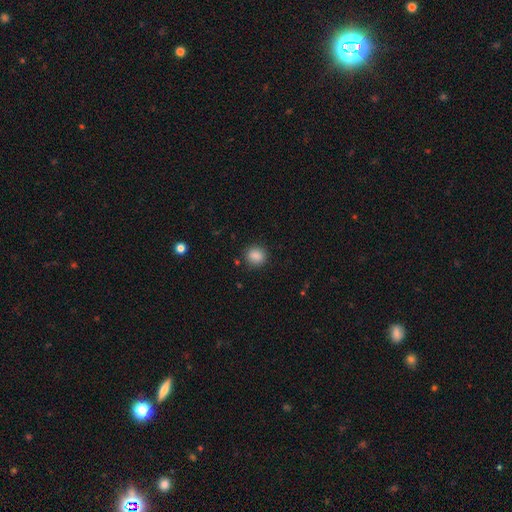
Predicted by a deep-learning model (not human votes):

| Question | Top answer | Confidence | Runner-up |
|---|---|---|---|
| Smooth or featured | smooth | 87% | star or artifact (9%) |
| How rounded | round | 78% | in between (21%) |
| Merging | none | 87% | minor disturbance (9%) |